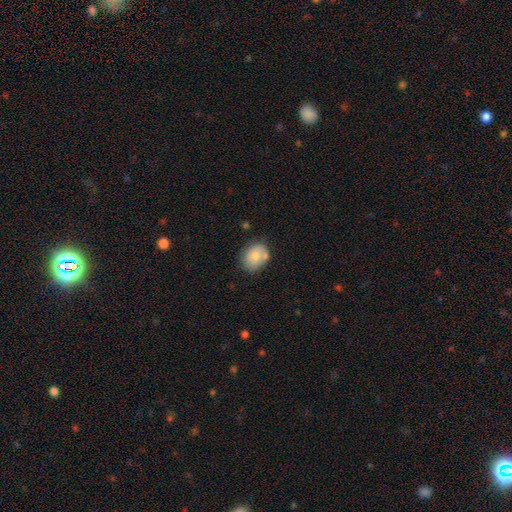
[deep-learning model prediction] This is likely a smooth galaxy (76%). How rounded: possibly in between (54%). Merging: likely none (64%).